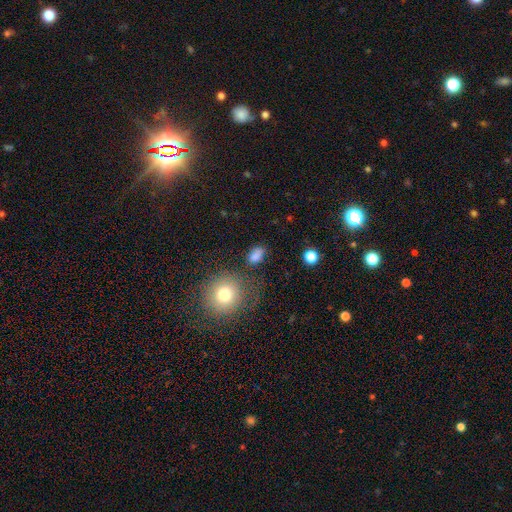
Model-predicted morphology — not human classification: smooth_or_featured: smooth (p=0.82) [alt: star or artifact p=0.12]
how_rounded: in between (p=0.80) [alt: round p=0.18]
merging: none (p=0.70) [alt: minor disturbance p=0.17]